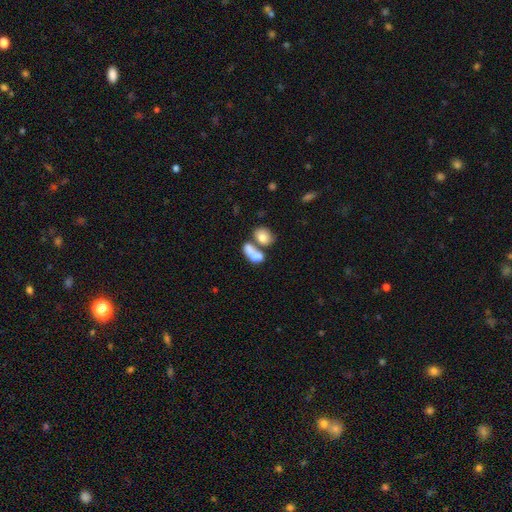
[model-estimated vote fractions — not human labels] smooth-or-featured: smooth: 71% | featured or disk: 20% | star or artifact: 9%
  how-rounded: in between: 78% | round: 17% | cigar-shaped: 5%
  merging: merger: 65% | none: 18% | major disturbance: 8% | minor disturbance: 8%